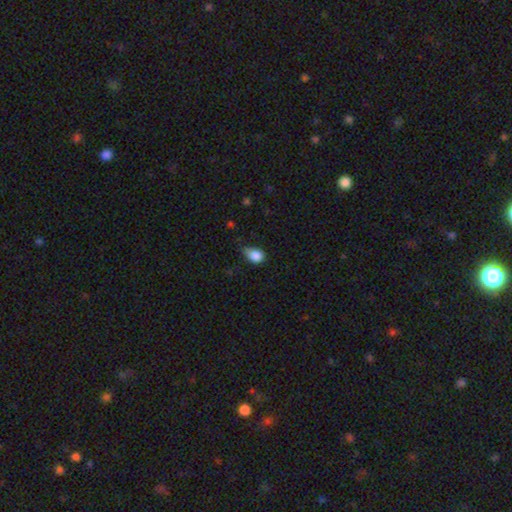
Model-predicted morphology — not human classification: Smooth or featured?
  - smooth: 86% *
  - star or artifact: 9%
  - featured or disk: 6%
How rounded?
  - in between: 63% *
  - round: 35%
  - cigar-shaped: 1%
Merging?
  - minor disturbance: 50% *
  - none: 36%
  - major disturbance: 12%
  - merger: 3%